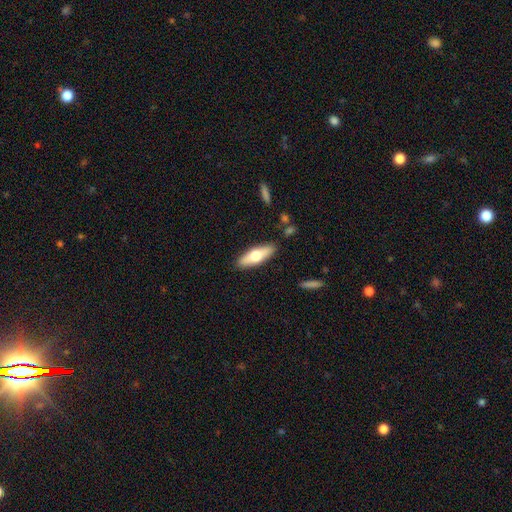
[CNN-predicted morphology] This is possibly a smooth galaxy (56%). How rounded: possibly in between (49%). Merging: clearly none (88%).